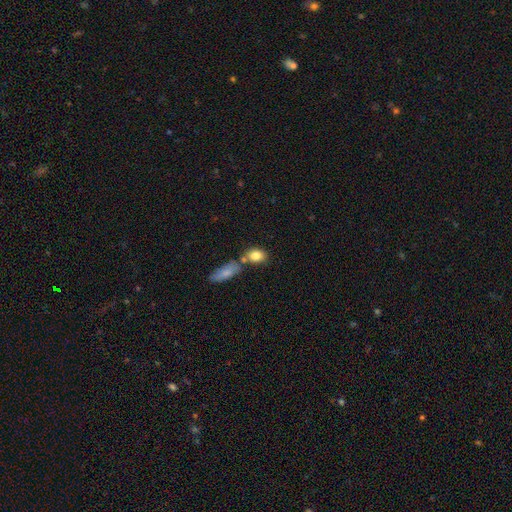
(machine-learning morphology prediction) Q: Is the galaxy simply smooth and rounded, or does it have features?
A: smooth — 82%.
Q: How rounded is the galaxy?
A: in between — 70%.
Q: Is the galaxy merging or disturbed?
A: none — 55%.